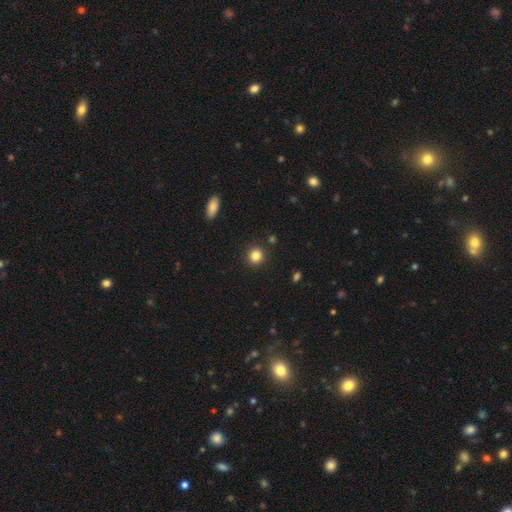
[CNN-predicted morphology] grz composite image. It shows a smooth galaxy with no disk features (84%) that is round (92%). Merging: none (91%).